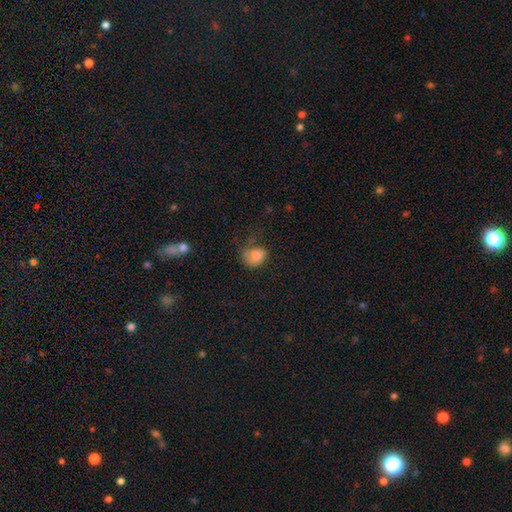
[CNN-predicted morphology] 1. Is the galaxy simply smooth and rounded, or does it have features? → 77% smooth, 13% featured or disk, 10% star or artifact.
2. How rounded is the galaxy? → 67% in between, 32% round, 1% cigar-shaped.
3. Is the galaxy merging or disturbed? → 33% major disturbance, 32% none, 30% minor disturbance, 4% merger.